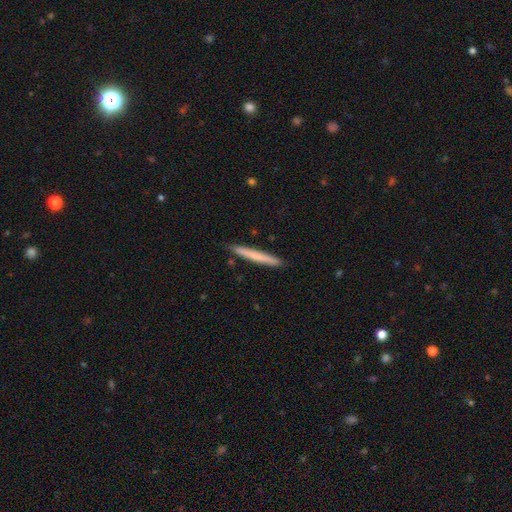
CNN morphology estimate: Smooth or featured? Predicted: smooth (p=0.66). How rounded? Predicted: cigar-shaped (p=0.97). Merging? Predicted: none (p=0.90).